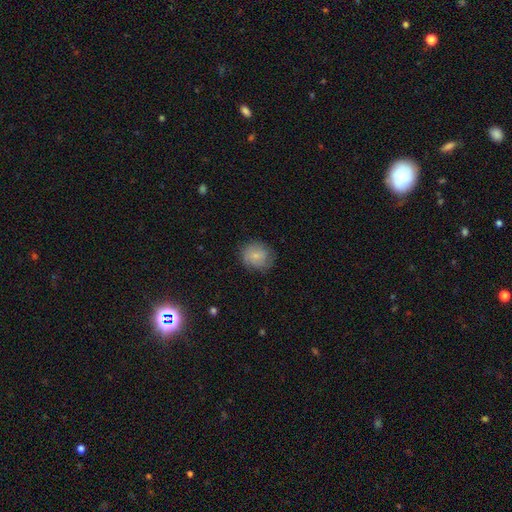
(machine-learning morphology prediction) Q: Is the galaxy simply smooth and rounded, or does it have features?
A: smooth — 77%.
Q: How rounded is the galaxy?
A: round — 76%.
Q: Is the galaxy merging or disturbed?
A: none — 76%.